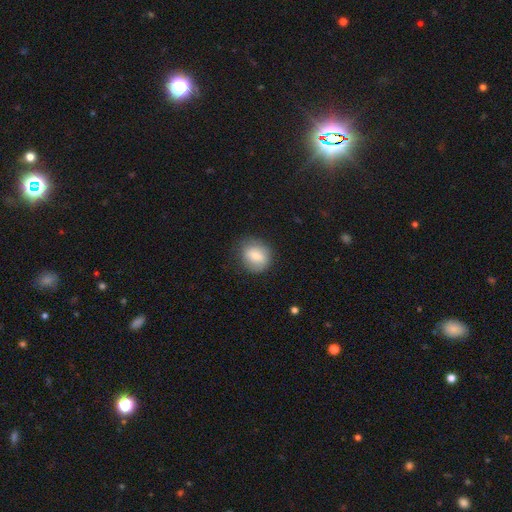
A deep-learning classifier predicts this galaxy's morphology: Overall: smooth (73%). How rounded: round (68%; in between 31%). Merging: none (77%).